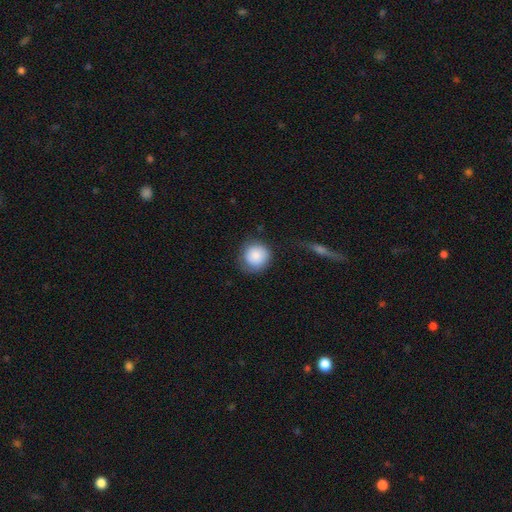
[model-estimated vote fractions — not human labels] smooth-or-featured: smooth: 83% | featured or disk: 10% | star or artifact: 7%
  how-rounded: round: 91% | in between: 8% | cigar-shaped: 1%
  merging: none: 73% | minor disturbance: 18% | major disturbance: 7% | merger: 2%